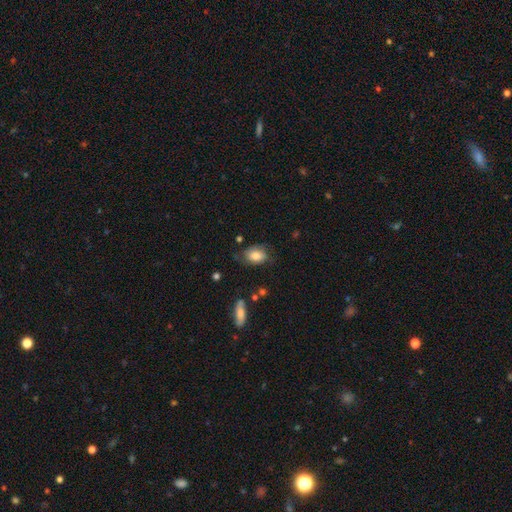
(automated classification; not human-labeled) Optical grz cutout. It shows a smooth galaxy with no disk features (74%) that is in between round and cigar-shaped (83%). Merging: none (60%).